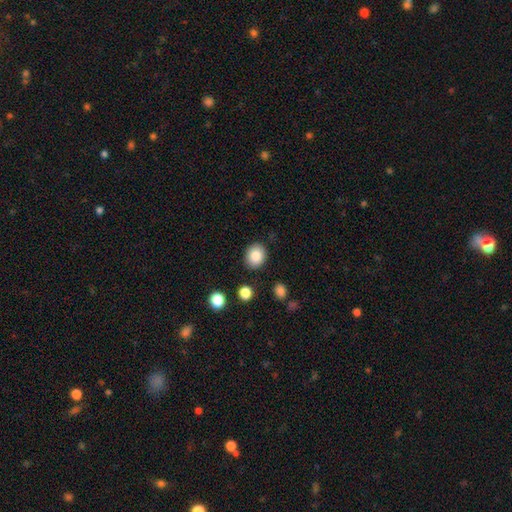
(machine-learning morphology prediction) Smooth or featured? smooth (85%)
How rounded? round (66%)
Merging? none (87%)